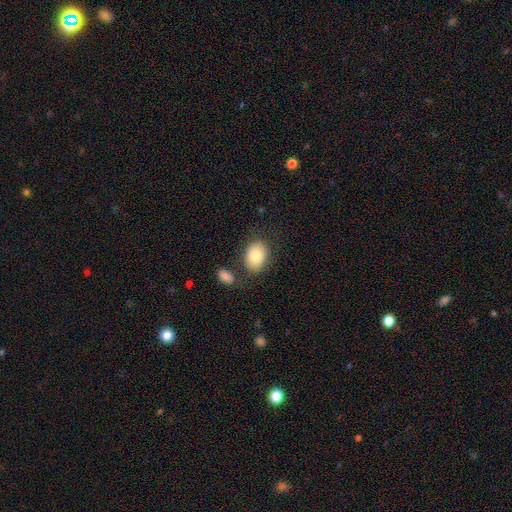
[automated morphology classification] A smooth galaxy with no disk features (83%) that is in between round and cigar-shaped (74%).

Vote fractions:
- Smooth or featured? smooth: 83% / featured or disk: 10% / star or artifact: 7%
- How rounded? in between: 74% / round: 25% / cigar-shaped: 1%
- Merging? none: 75% / minor disturbance: 14% / merger: 7% / major disturbance: 5%